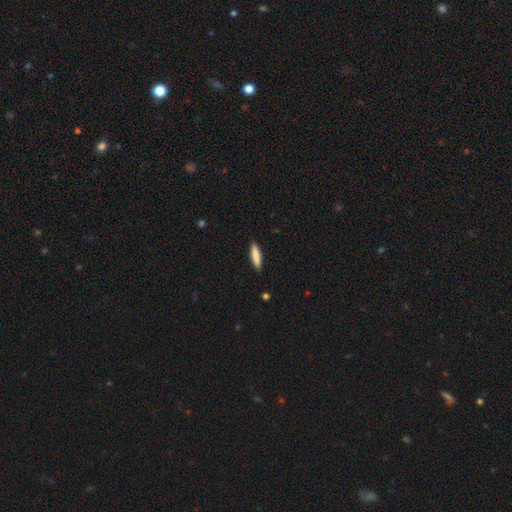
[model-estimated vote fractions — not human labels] Smooth or featured? Predicted: smooth (p=0.83). How rounded? Predicted: cigar-shaped (p=0.79). Merging? Predicted: none (p=0.90).